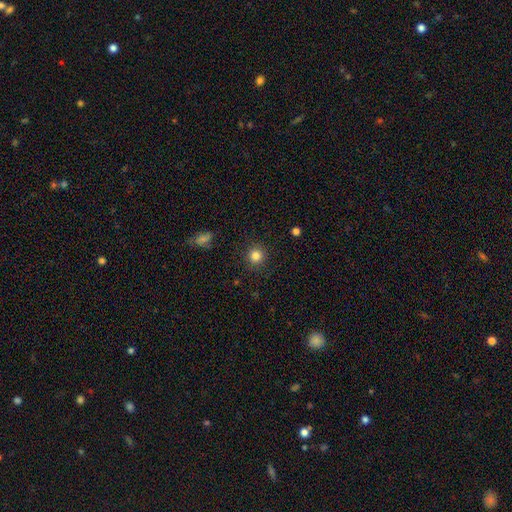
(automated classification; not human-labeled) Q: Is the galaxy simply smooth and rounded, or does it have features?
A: smooth — 83%.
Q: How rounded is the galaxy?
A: round — 93%.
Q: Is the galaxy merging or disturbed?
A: none — 91%.